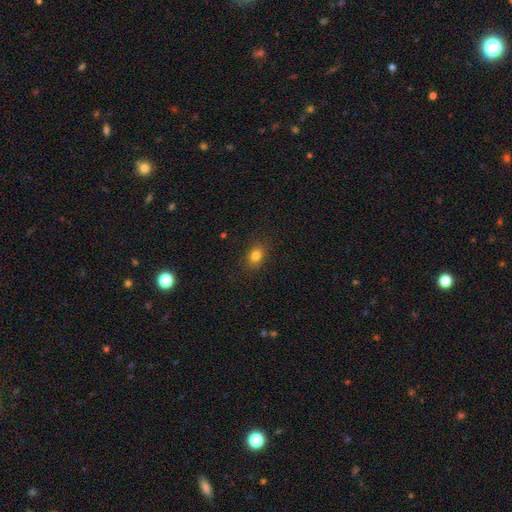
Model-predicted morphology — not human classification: smooth_or_featured: smooth (p=0.82) [alt: star or artifact p=0.11]
how_rounded: in between (p=0.64) [alt: round p=0.34]
merging: none (p=0.85) [alt: minor disturbance p=0.10]